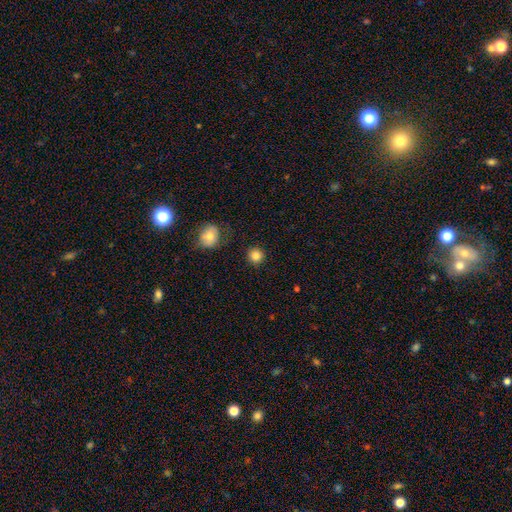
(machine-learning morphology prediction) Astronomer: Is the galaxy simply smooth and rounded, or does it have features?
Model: smooth — 84%.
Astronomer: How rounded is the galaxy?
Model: round — 94%.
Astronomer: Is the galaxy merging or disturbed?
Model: none — 89%.